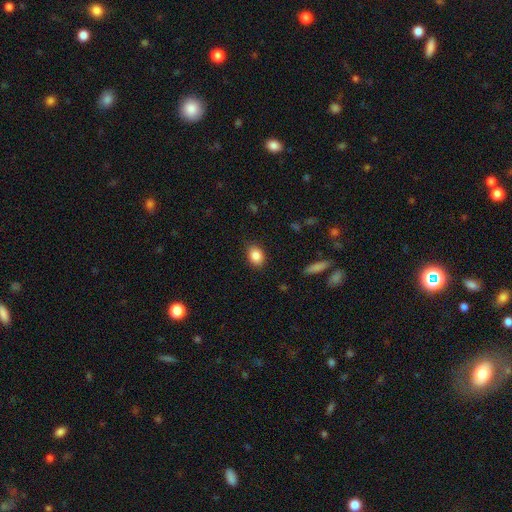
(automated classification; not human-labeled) smooth 86%, star or artifact 9%, featured or disk 6%. Down the decision tree: how rounded — in between (70%); merging — none (86%).